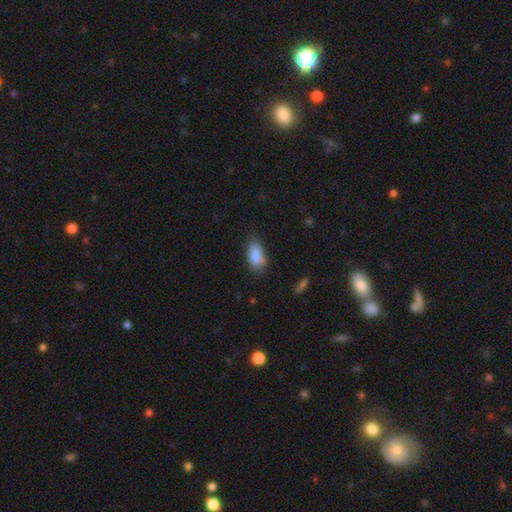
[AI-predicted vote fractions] smooth-or-featured: smooth: 86% | star or artifact: 7% | featured or disk: 6%
  how-rounded: in between: 90% | cigar-shaped: 6% | round: 4%
  merging: none: 63% | minor disturbance: 29% | major disturbance: 6% | merger: 2%